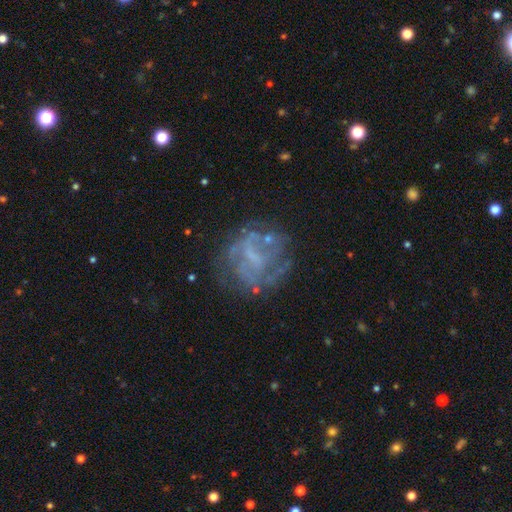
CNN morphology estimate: featured or disk 65%, smooth 19%, star or artifact 17%. Down the decision tree: edge-on disk — no (97%); bar — no (54%); spiral arms — no (55%); bulge size — none (55%); merging — none (65%).